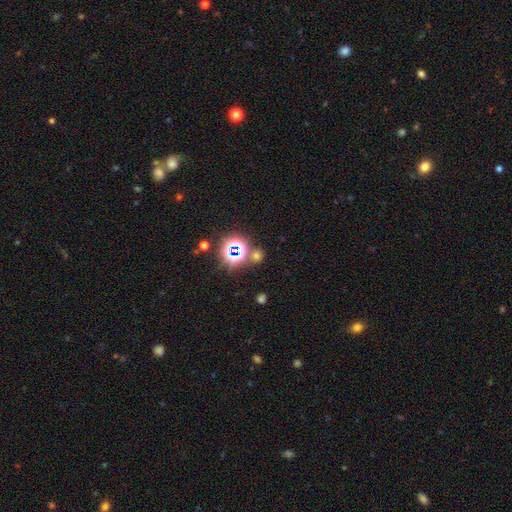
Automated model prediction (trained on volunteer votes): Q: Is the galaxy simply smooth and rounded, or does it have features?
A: star or artifact — 54%.